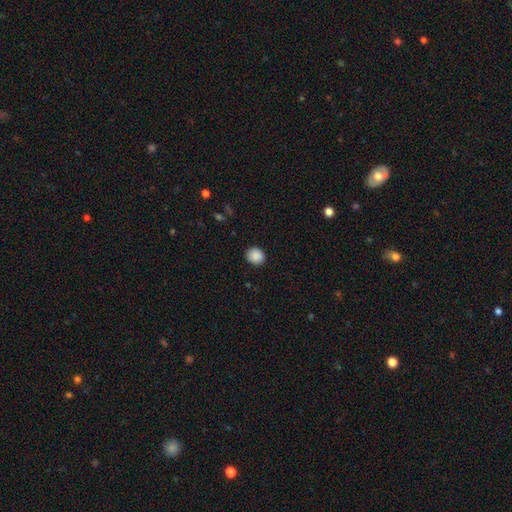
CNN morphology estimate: Smooth or featured? Predicted: smooth (p=0.89). How rounded? Predicted: round (p=0.75). Merging? Predicted: none (p=0.90).